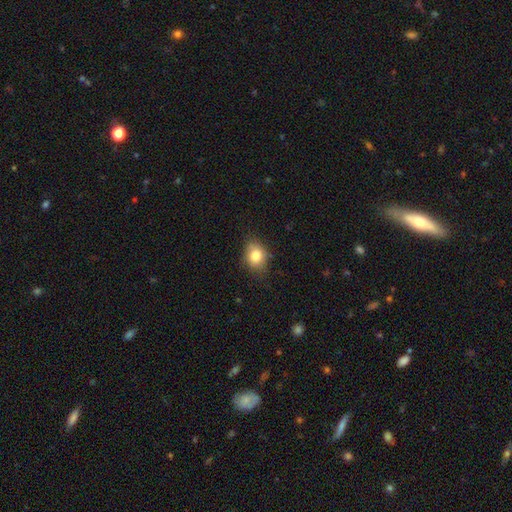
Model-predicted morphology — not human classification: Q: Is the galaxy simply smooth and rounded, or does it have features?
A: smooth — 82%.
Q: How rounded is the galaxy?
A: in between — 56%.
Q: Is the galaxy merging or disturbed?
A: none — 75%.